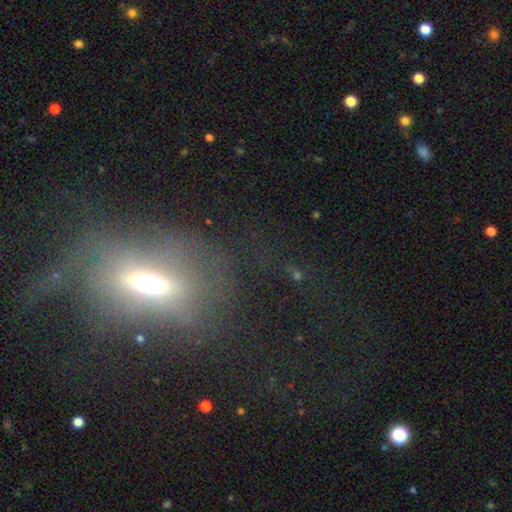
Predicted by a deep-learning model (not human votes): The model was most divided on "smooth or featured": featured or disk: 38%, smooth: 35%, star or artifact: 27%. More confident: merging — none (56%).